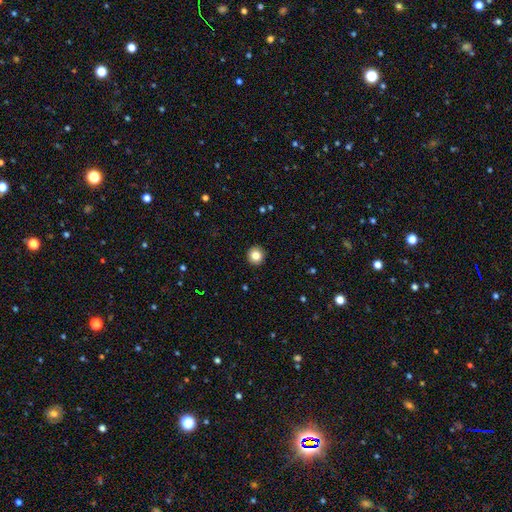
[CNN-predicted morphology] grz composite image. It shows a smooth galaxy with no disk features (84%) that is round (95%). Merging: none (93%).